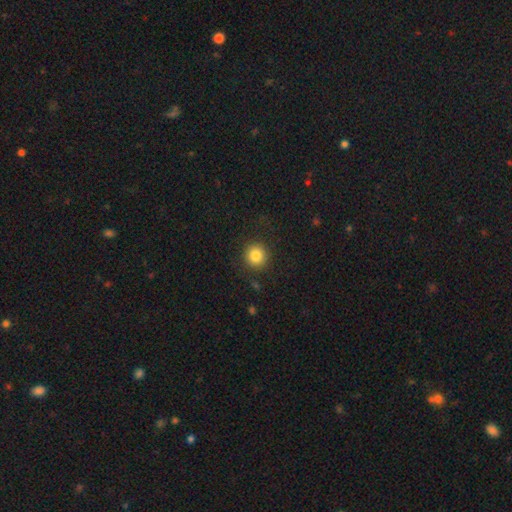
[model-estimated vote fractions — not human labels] Q: Smooth or featured?
A: smooth (84%); runner-up: star or artifact (10%)
Q: How rounded?
A: round (93%); runner-up: in between (6%)
Q: Merging?
A: none (88%); runner-up: minor disturbance (8%)